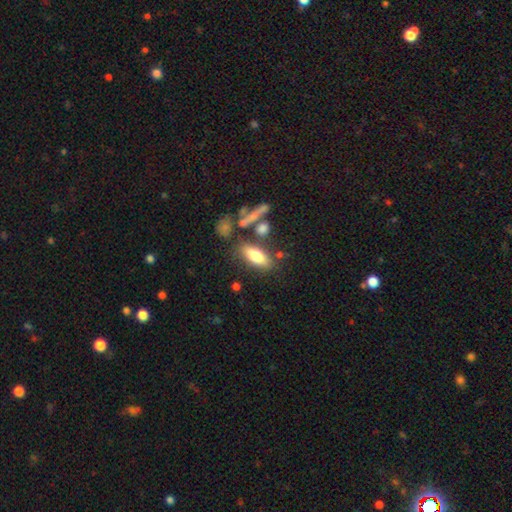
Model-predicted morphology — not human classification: smooth-or-featured: smooth: 76% | featured or disk: 16% | star or artifact: 8%
  how-rounded: in between: 74% | cigar-shaped: 22% | round: 4%
  merging: none: 66% | merger: 15% | minor disturbance: 13% | major disturbance: 6%